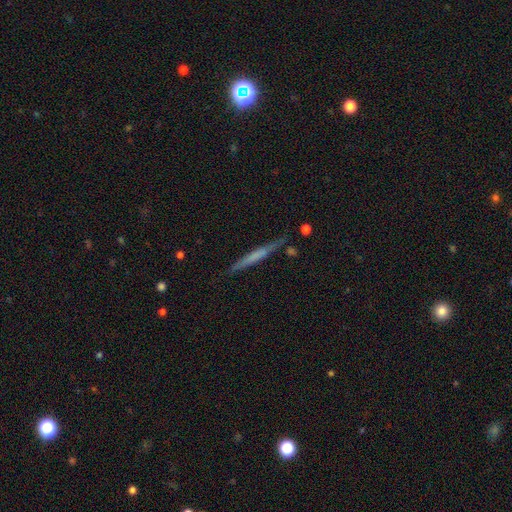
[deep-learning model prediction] Morphology: type=featured or disk (49%); merging=none (82%).